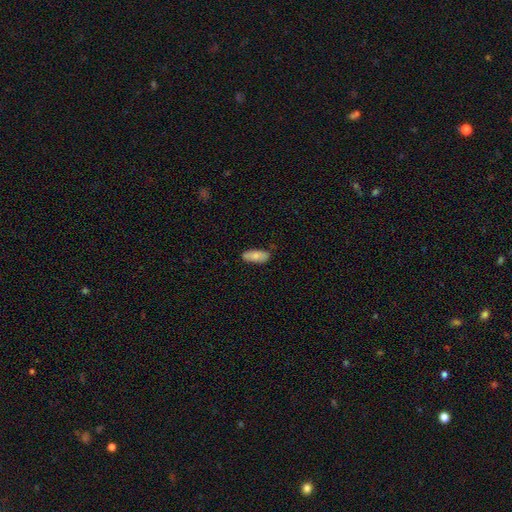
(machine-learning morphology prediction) Smooth or featured: smooth — 78% (featured or disk — 16%)
How rounded: in between — 83% (cigar-shaped — 15%)
Merging: none — 81% (minor disturbance — 15%)